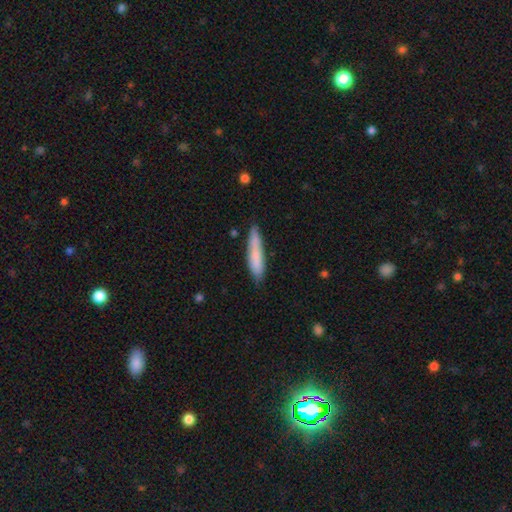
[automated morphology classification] A smooth galaxy with no disk features (78%) that is cigar-shaped (87%).

Vote fractions:
- Smooth or featured? smooth: 78% / featured or disk: 16% / star or artifact: 6%
- How rounded? cigar-shaped: 87% / in between: 12% / round: 1%
- Merging? none: 76% / minor disturbance: 18% / major disturbance: 3% / merger: 2%